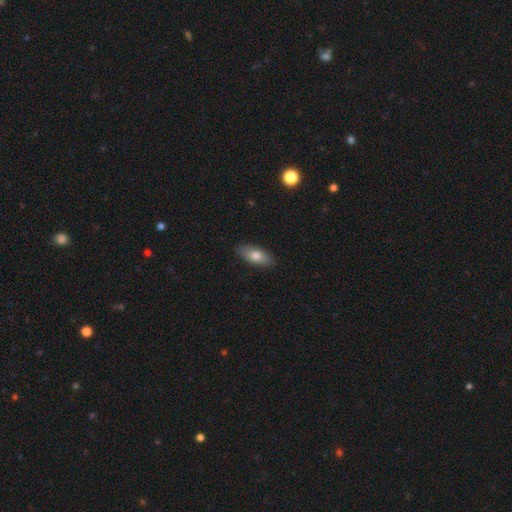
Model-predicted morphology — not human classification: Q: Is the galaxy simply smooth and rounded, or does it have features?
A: smooth — 76%.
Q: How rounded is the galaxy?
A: in between — 81%.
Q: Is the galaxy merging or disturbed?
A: none — 88%.